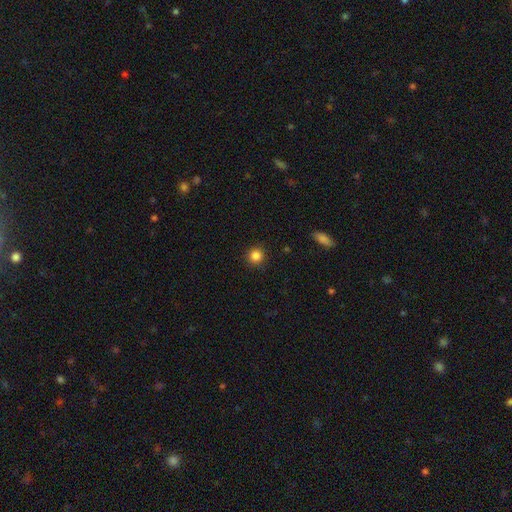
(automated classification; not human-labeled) Q: Smooth or featured?
A: smooth (85%); runner-up: star or artifact (12%)
Q: How rounded?
A: round (94%); runner-up: in between (5%)
Q: Merging?
A: none (91%); runner-up: minor disturbance (6%)